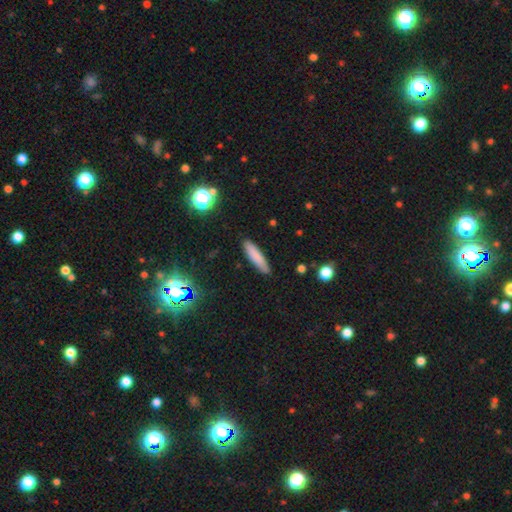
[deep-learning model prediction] The model was most divided on "how rounded": cigar-shaped: 80%, in between: 18%, round: 2%. More confident: merging — none (88%); smooth or featured — smooth (80%).